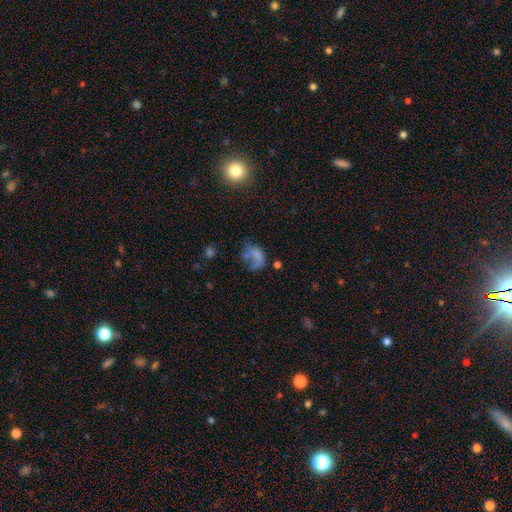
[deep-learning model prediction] smooth 47%, featured or disk 37%, star or artifact 16%. Down the decision tree: merging — major disturbance (47%).